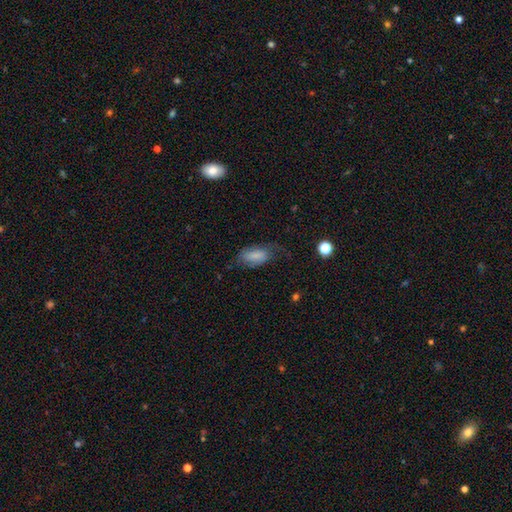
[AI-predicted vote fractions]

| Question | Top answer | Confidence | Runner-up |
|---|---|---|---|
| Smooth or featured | smooth | 70% | featured or disk (22%) |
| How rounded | in between | 91% | cigar-shaped (6%) |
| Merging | none | 49% | minor disturbance (28%) |